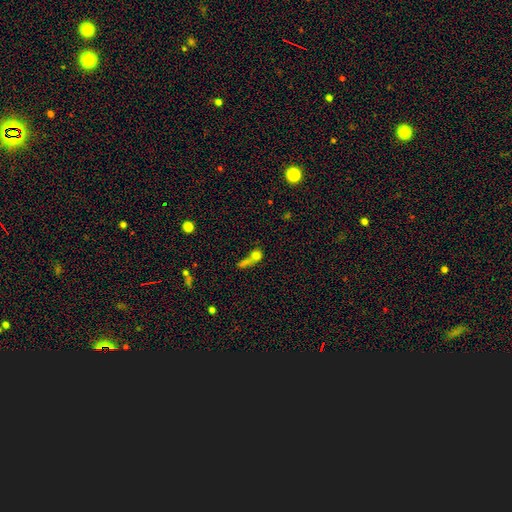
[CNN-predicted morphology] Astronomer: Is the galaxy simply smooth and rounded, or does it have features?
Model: smooth — 65%.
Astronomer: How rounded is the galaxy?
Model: round — 50% (runner-up: in between, 37%).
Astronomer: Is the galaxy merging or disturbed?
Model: merger — 57%.